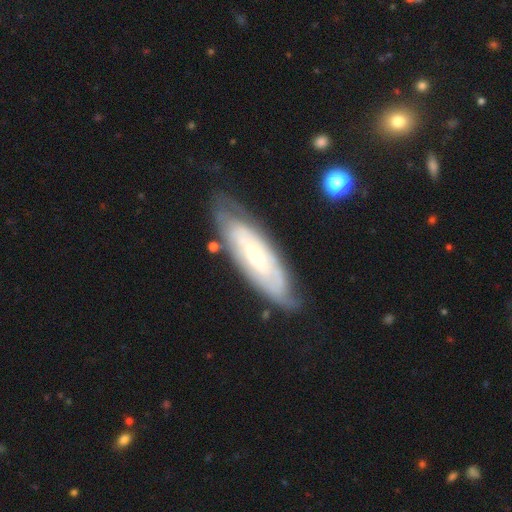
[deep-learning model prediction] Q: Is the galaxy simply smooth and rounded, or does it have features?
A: featured or disk — 68%.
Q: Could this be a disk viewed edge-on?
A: no — 77%.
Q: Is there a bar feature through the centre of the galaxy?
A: no — 58%.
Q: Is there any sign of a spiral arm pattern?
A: yes — 81%.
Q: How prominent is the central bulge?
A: small — 55%.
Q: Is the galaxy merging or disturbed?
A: none — 70%.